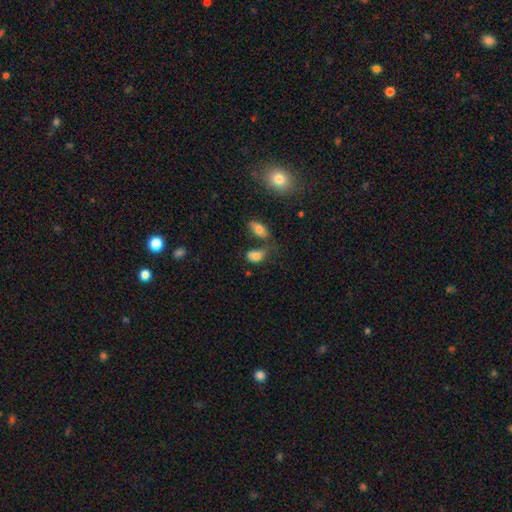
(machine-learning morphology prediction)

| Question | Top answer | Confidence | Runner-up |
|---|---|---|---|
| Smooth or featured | smooth | 78% | featured or disk (11%) |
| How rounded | in between | 86% | round (11%) |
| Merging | none | 36% | merger (30%) |